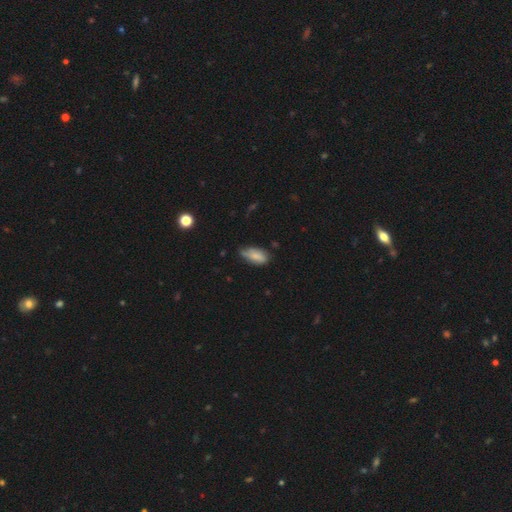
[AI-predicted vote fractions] smooth 77%, featured or disk 15%, star or artifact 7%. Down the decision tree: how rounded — in between (88%); merging — none (53%).